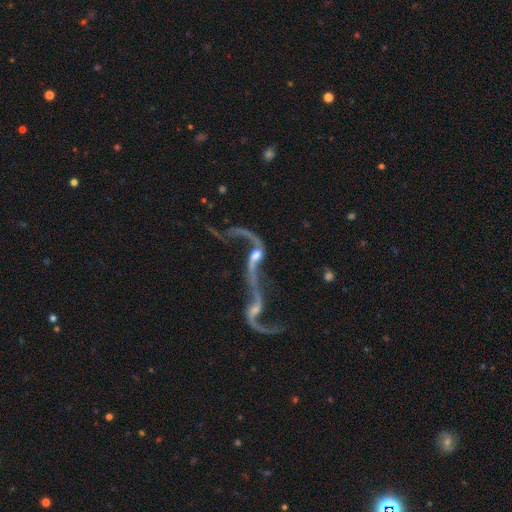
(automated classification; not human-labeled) Smooth or featured?
  - featured or disk: 78% *
  - smooth: 12%
  - star or artifact: 10%
Edge-on disk?
  - no: 91% *
  - yes: 9%
Bar?
  - no: 57% *
  - weak: 31%
  - strong: 12%
Spiral arms?
  - yes: 75% *
  - no: 25%
Spiral winding?
  - loose: 95% *
  - medium: 3%
  - tight: 2%
Spiral arm count?
  - 2: 71% *
  - 1: 19%
  - can't tell: 5%
  - 3: 2%
  - 4: 2%
  - more than 4: 2%
Bulge size?
  - moderate: 36% *
  - small: 28%
  - none: 23%
  - large: 10%
  - dominant: 3%
Merging?
  - merger: 68% *
  - major disturbance: 16%
  - none: 11%
  - minor disturbance: 6%